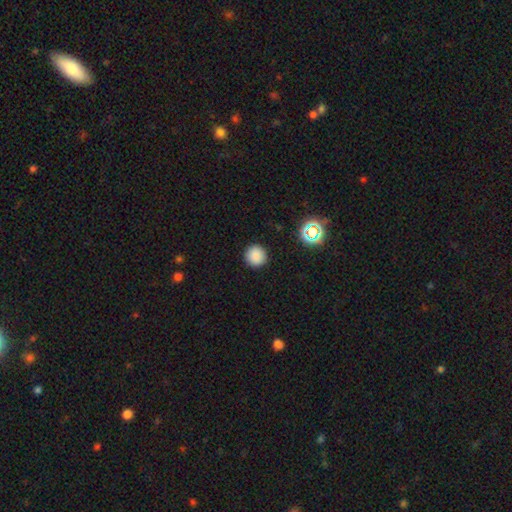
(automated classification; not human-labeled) Q: Smooth or featured?
A: smooth (84%); runner-up: star or artifact (12%)
Q: How rounded?
A: round (95%); runner-up: in between (4%)
Q: Merging?
A: none (92%); runner-up: minor disturbance (5%)